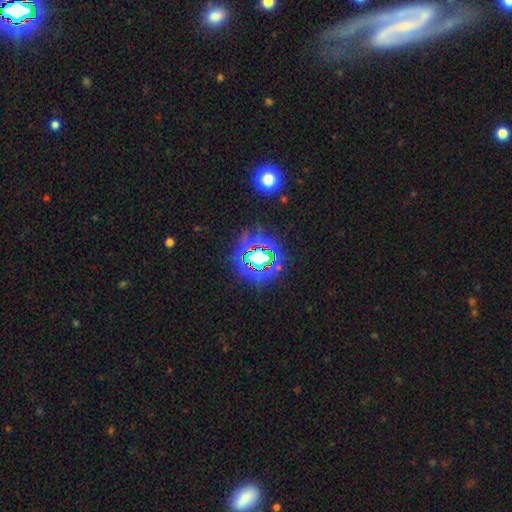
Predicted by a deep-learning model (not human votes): smooth-or-featured: star or artifact: 76% | smooth: 13% | featured or disk: 11%